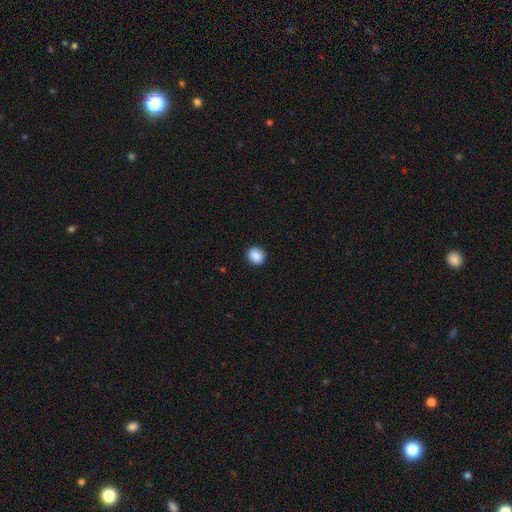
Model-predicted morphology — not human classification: Smooth or featured: smooth — 89% (star or artifact — 8%)
How rounded: round — 61% (in between — 38%)
Merging: none — 90% (minor disturbance — 7%)